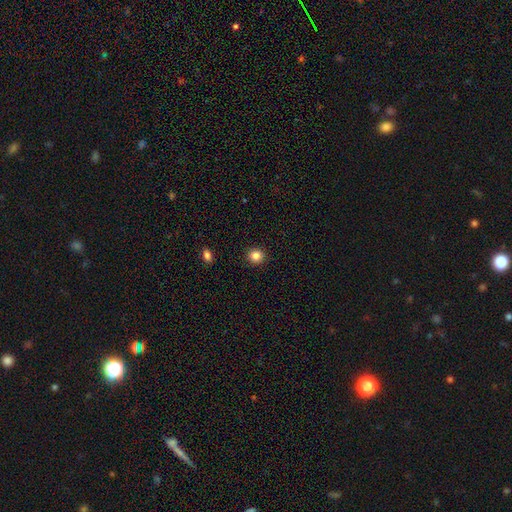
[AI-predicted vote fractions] Smooth or featured?
  - smooth: 84% *
  - star or artifact: 11%
  - featured or disk: 4%
How rounded?
  - round: 90% *
  - in between: 9%
  - cigar-shaped: 1%
Merging?
  - none: 93% *
  - minor disturbance: 5%
  - major disturbance: 2%
  - merger: 1%